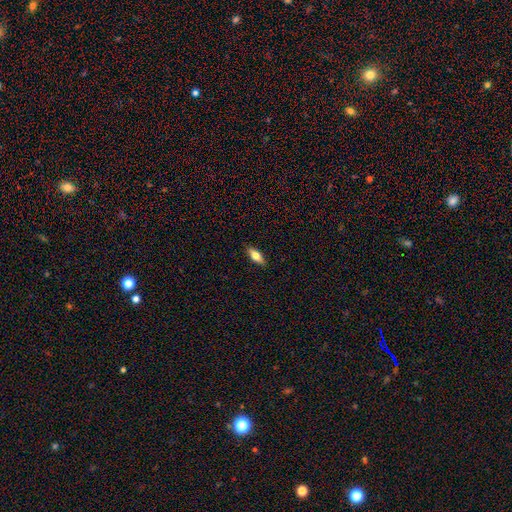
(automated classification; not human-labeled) A smooth galaxy with no disk features (68%) that is in between round and cigar-shaped (71%). Merging: none (88%).